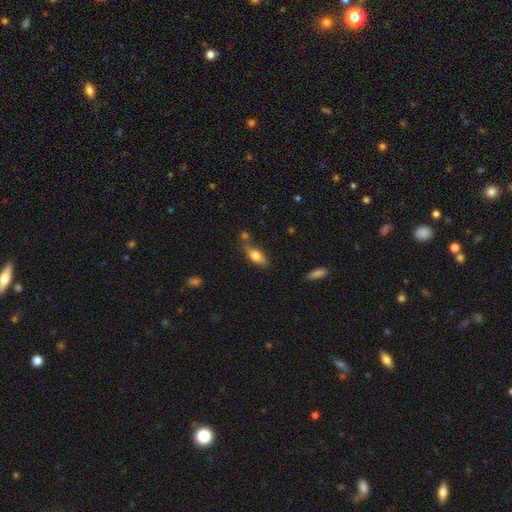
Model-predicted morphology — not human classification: This is likely a smooth galaxy (71%). How rounded: likely in between (75%). Merging: possibly none (56%).